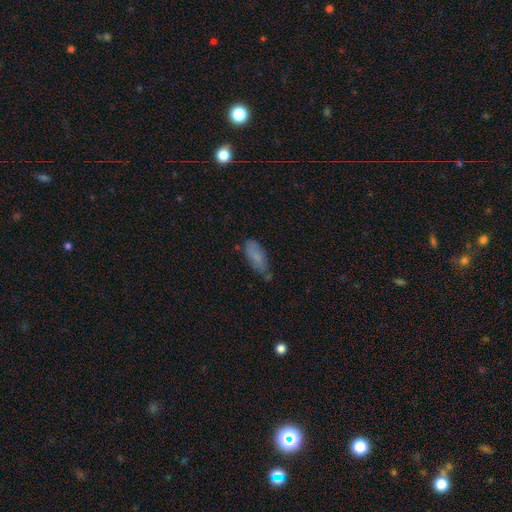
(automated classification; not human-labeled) A smooth galaxy with no disk features (75%) that is in between round and cigar-shaped (70%).

Vote fractions:
- Smooth or featured? smooth: 75% / featured or disk: 17% / star or artifact: 8%
- How rounded? in between: 70% / cigar-shaped: 28% / round: 2%
- Merging? none: 56% / minor disturbance: 32% / major disturbance: 8% / merger: 4%